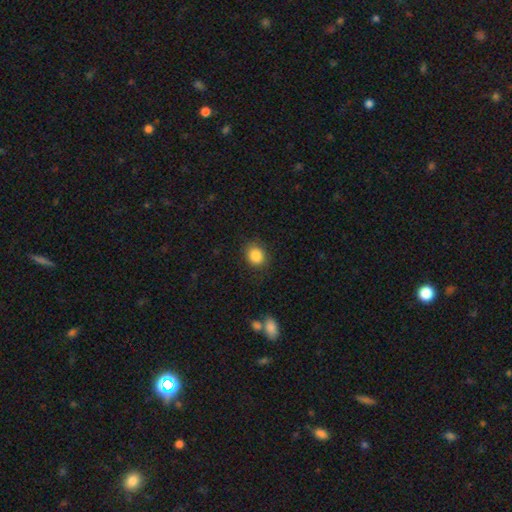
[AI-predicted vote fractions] Q: Smooth or featured?
A: smooth (86%); runner-up: star or artifact (9%)
Q: How rounded?
A: round (67%); runner-up: in between (33%)
Q: Merging?
A: none (83%); runner-up: minor disturbance (12%)